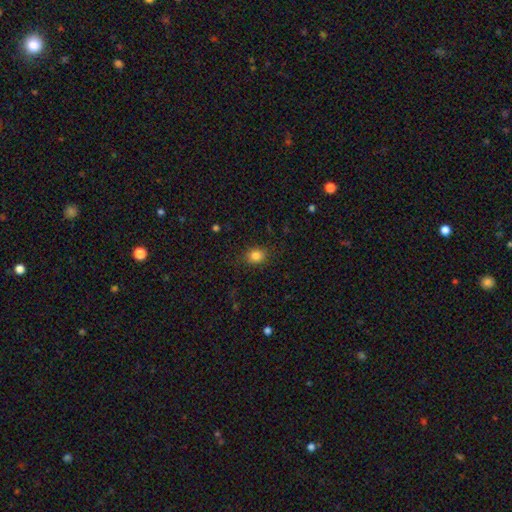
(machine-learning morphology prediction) A smooth galaxy with no disk features (84%) that is round (57%). Merging: none (85%).